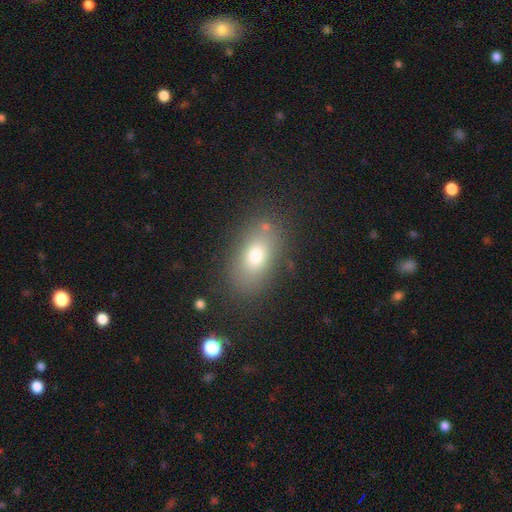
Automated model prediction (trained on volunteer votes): Q: Smooth or featured?
A: smooth (73%); runner-up: featured or disk (15%)
Q: How rounded?
A: in between (84%); runner-up: round (12%)
Q: Merging?
A: none (79%); runner-up: minor disturbance (12%)